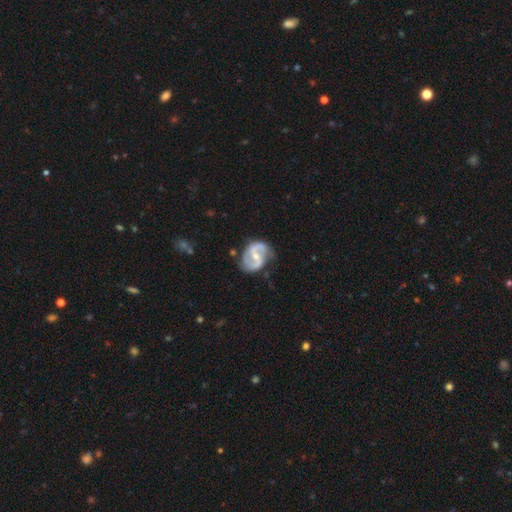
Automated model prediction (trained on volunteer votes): smooth_or_featured: featured or disk (p=0.88) [alt: smooth p=0.08]
disk_edge_on: no (p=0.98) [alt: yes p=0.02]
bar: weak (p=0.46) [alt: strong p=0.30]
has_spiral_arms: yes (p=0.95) [alt: no p=0.05]
spiral_winding: medium (p=0.52) [alt: loose p=0.32]
spiral_arm_count: 2 (p=0.91) [alt: can't tell p=0.03]
bulge_size: small (p=0.49) [alt: moderate p=0.47]
merging: none (p=0.69) [alt: minor disturbance p=0.21]